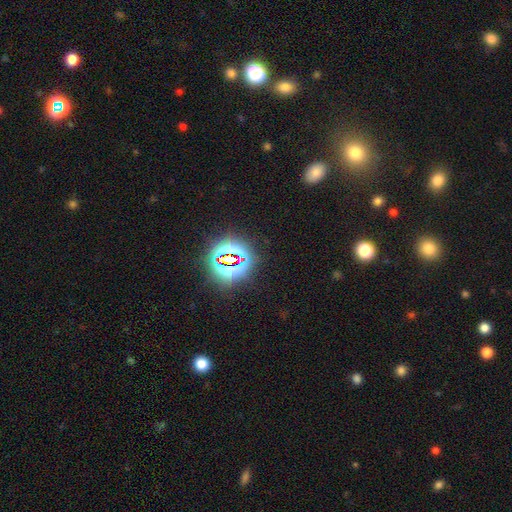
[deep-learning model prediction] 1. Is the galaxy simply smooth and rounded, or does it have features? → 77% star or artifact, 15% smooth, 8% featured or disk.